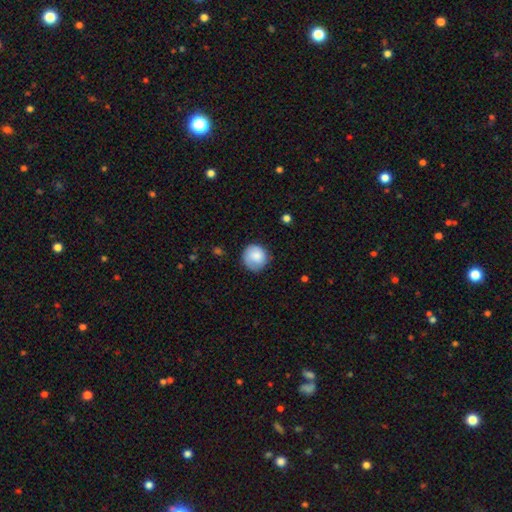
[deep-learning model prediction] This appears to be a smooth galaxy with no disk features (80%) that is round (89%). Merging: none (73%).